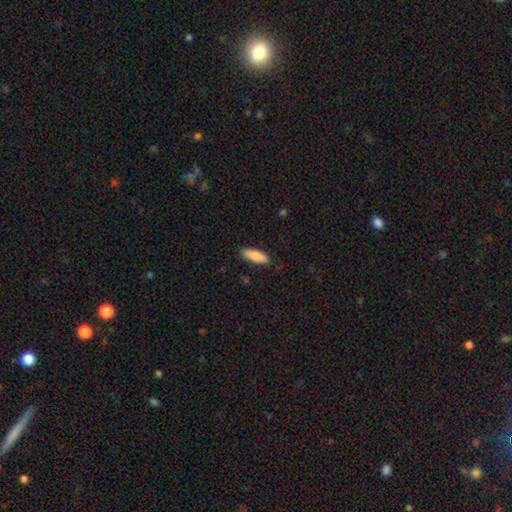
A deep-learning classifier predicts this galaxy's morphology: Smooth or featured? Predicted: smooth (p=0.83). How rounded? Predicted: in between (p=0.58). Merging? Predicted: none (p=0.87).